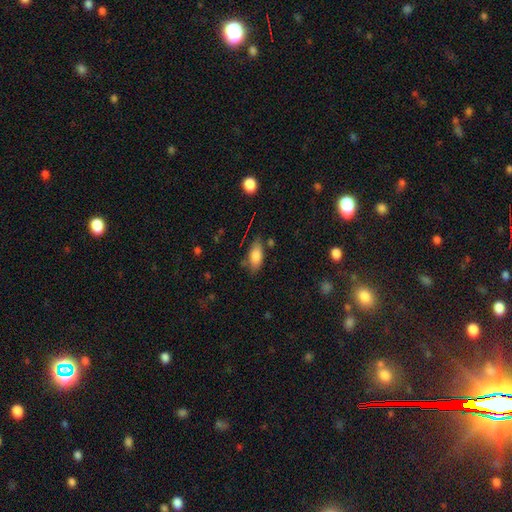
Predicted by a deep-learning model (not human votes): smooth_or_featured: smooth (p=0.80) [alt: featured or disk p=0.12]
how_rounded: in between (p=0.86) [alt: cigar-shaped p=0.11]
merging: none (p=0.68) [alt: minor disturbance p=0.22]